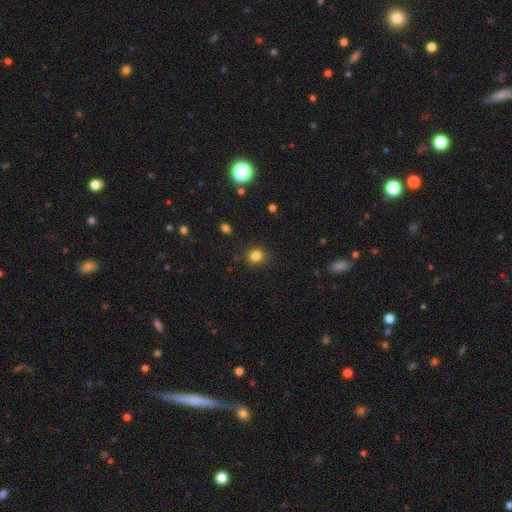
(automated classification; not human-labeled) Overall: smooth (83%). How rounded: round (66%; in between 33%). Merging: none (82%).